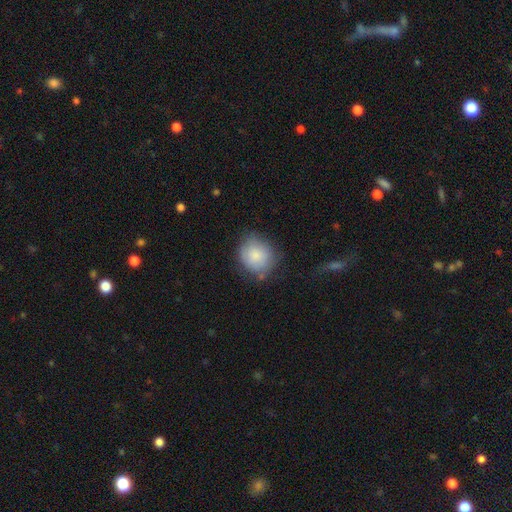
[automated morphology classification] A smooth galaxy with no disk features (82%) that is round (77%).

Vote fractions:
- Smooth or featured? smooth: 82% / featured or disk: 11% / star or artifact: 7%
- How rounded? round: 77% / in between: 22% / cigar-shaped: 1%
- Merging? none: 65% / minor disturbance: 25% / major disturbance: 7% / merger: 3%